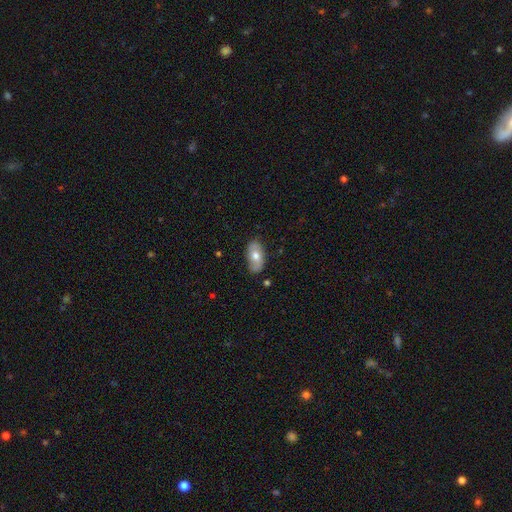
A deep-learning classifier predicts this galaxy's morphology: A smooth galaxy with no disk features (62%) that is in between round and cigar-shaped (93%).

Vote fractions:
- Smooth or featured? smooth: 62% / featured or disk: 31% / star or artifact: 6%
- How rounded? in between: 93% / round: 4% / cigar-shaped: 3%
- Merging? none: 79% / minor disturbance: 17% / major disturbance: 3% / merger: 1%